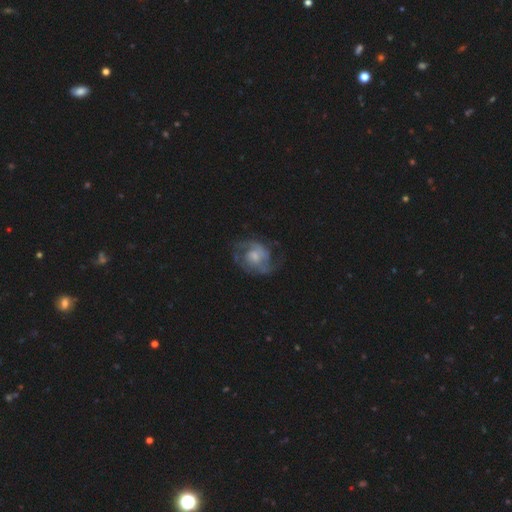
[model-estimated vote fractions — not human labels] A featured or disk galaxy (75%) with no bar (64%), 2 (58%) medium (46%) spiral arms (86%) and a small central bulge (42%). Merging: none (59%).